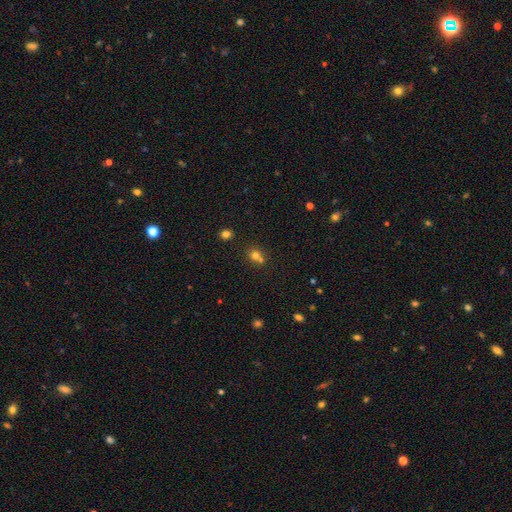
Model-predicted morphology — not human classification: This appears to be a smooth galaxy with no disk features (71%) that is round (80%). Merging: none (50%).